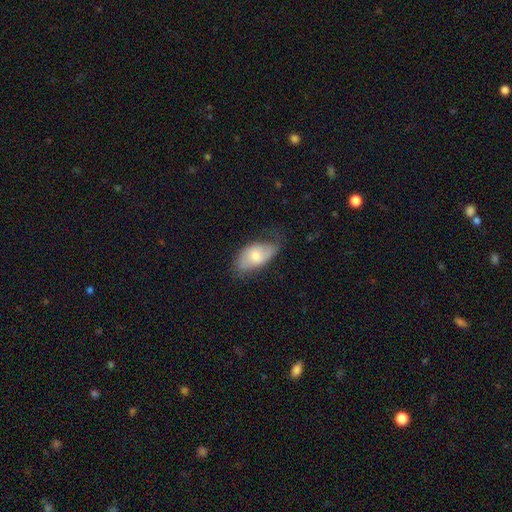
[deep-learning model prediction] A smooth galaxy with no disk features (60%) that is in between round and cigar-shaped (93%). Merging: none (54%).